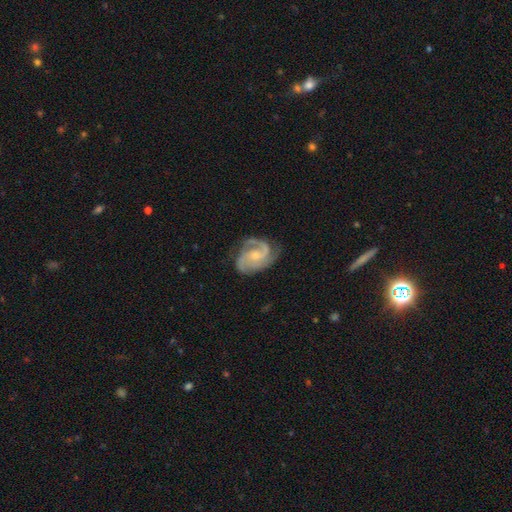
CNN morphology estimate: Q: Smooth or featured?
A: featured or disk (90%); runner-up: smooth (6%)
Q: Edge-on disk?
A: no (98%); runner-up: yes (2%)
Q: Bar?
A: no (55%); runner-up: weak (37%)
Q: Spiral arms?
A: yes (98%); runner-up: no (2%)
Q: Spiral winding?
A: medium (53%); runner-up: tight (35%)
Q: Spiral arm count?
A: 2 (52%); runner-up: 3 (34%)
Q: Bulge size?
A: small (53%); runner-up: moderate (38%)
Q: Merging?
A: none (70%); runner-up: minor disturbance (20%)